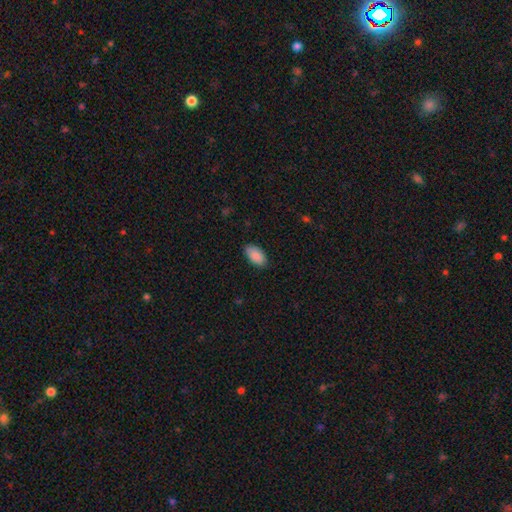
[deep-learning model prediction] A smooth galaxy with no disk features (90%) that is in between round and cigar-shaped (95%).

Vote fractions:
- Smooth or featured? smooth: 90% / star or artifact: 6% / featured or disk: 4%
- How rounded? in between: 95% / round: 3% / cigar-shaped: 2%
- Merging? none: 83% / minor disturbance: 13% / major disturbance: 2% / merger: 1%